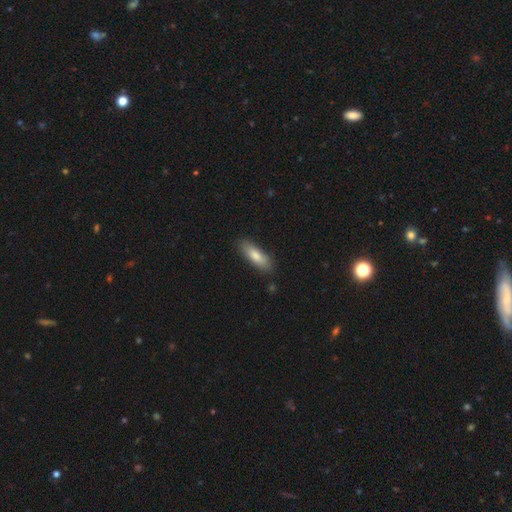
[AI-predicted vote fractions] smooth 80%, featured or disk 14%, star or artifact 6%. Down the decision tree: how rounded — in between (54%); merging — none (83%).